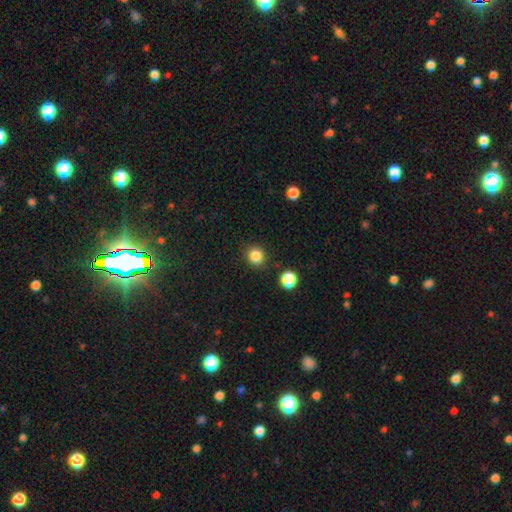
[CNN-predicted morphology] smooth-or-featured: smooth: 84% | star or artifact: 12% | featured or disk: 4%
  how-rounded: round: 87% | in between: 12% | cigar-shaped: 1%
  merging: none: 88% | minor disturbance: 7% | major disturbance: 2% | merger: 2%